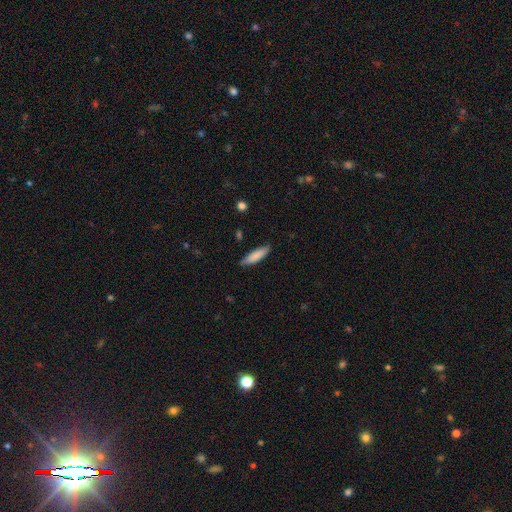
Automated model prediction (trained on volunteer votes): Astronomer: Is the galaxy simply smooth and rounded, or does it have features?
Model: smooth — 84%.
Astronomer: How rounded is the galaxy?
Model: cigar-shaped — 67%.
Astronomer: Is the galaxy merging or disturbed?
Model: none — 82%.